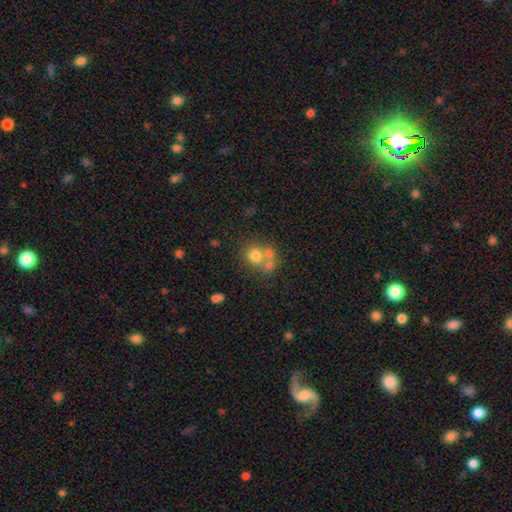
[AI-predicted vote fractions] The model was most divided on "merging": merger: 45%, none: 41%, minor disturbance: 8%, major disturbance: 5%. More confident: how rounded — round (81%); smooth or featured — smooth (68%).